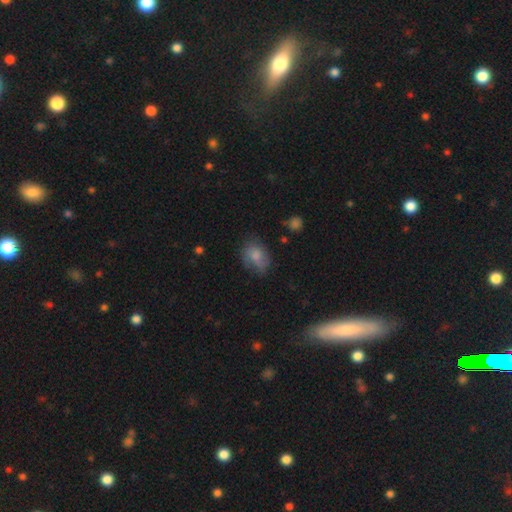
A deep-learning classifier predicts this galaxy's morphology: smooth-or-featured: smooth: 69% | featured or disk: 22% | star or artifact: 9%
  how-rounded: in between: 70% | round: 28% | cigar-shaped: 1%
  merging: none: 51% | minor disturbance: 30% | major disturbance: 16% | merger: 3%